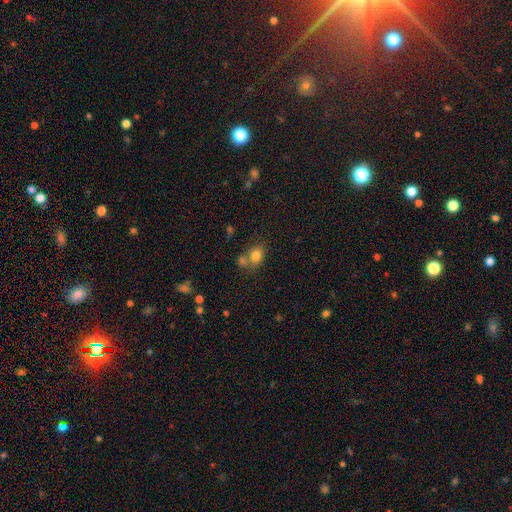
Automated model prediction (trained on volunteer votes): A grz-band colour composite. It shows a smooth galaxy with no disk features (79%) that is in between round and cigar-shaped (52%). Merging: none (48%).